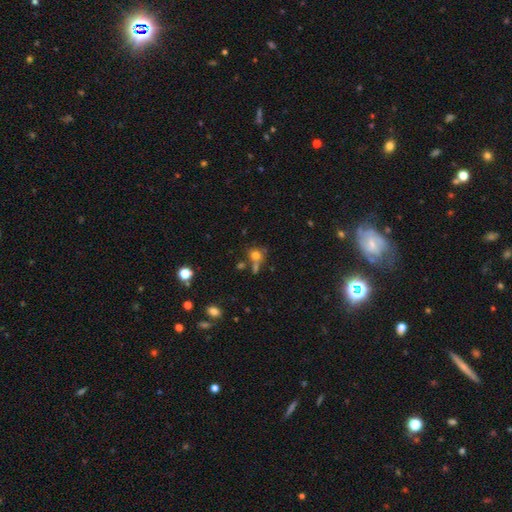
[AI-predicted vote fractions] Morphology: type=smooth (71%); roundness=round (80%); merging=none (52%).